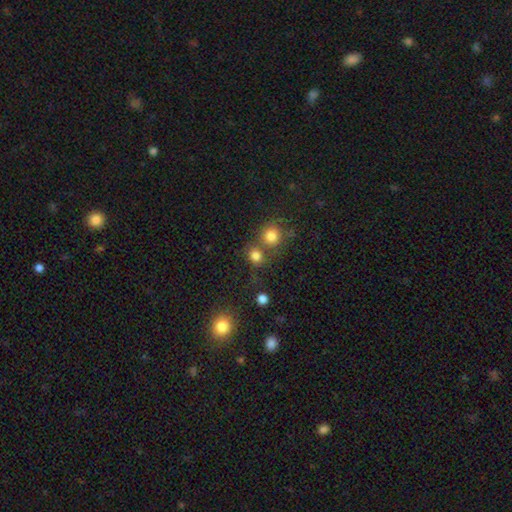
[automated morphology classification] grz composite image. It shows a smooth galaxy with no disk features (79%) that is round (78%). Merging: none (54%).